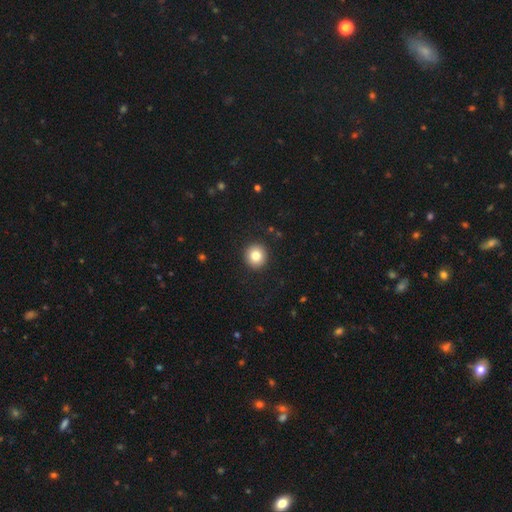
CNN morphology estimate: The model was most divided on "smooth or featured": smooth: 82%, star or artifact: 10%, featured or disk: 8%. More confident: how rounded — round (92%); merging — none (92%).